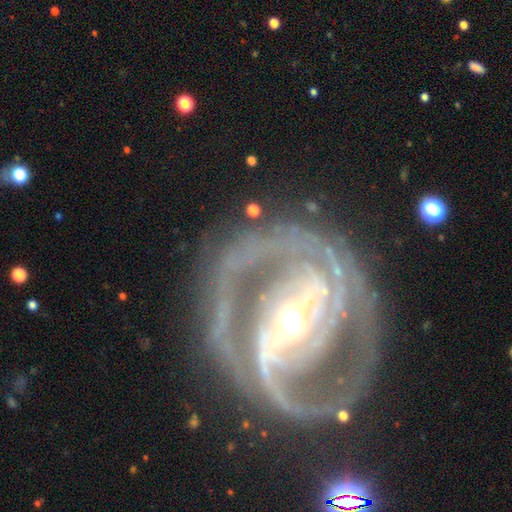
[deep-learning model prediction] smooth-or-featured: featured or disk: 92% | star or artifact: 5% | smooth: 4%
  disk-edge-on: no: 96% | yes: 4%
    bar: strong: 64% | weak: 25% | no: 11%
    has-spiral-arms: yes: 96% | no: 4%
      spiral-winding: tight: 49% | medium: 42% | loose: 9%
      spiral-arm-count: 2: 73% | 3: 11% | can't tell: 7% | 1: 3% | 4: 3% | more than 4: 3%
    bulge-size: moderate: 60% | small: 27% | large: 11% | dominant: 1% | none: 1%
  merging: none: 71% | minor disturbance: 15% | major disturbance: 11% | merger: 2%